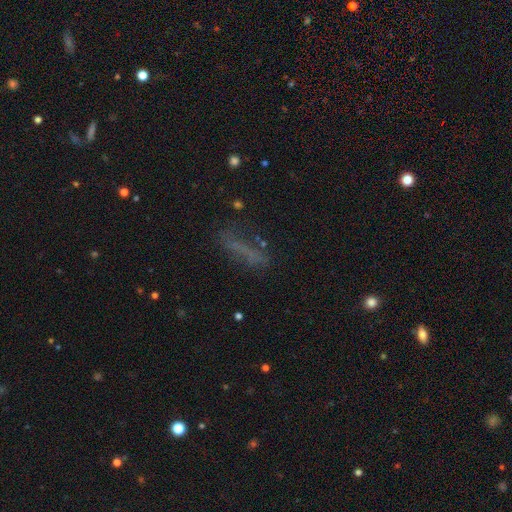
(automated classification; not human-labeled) Smooth or featured? smooth (49%)
Merging? none (58%)